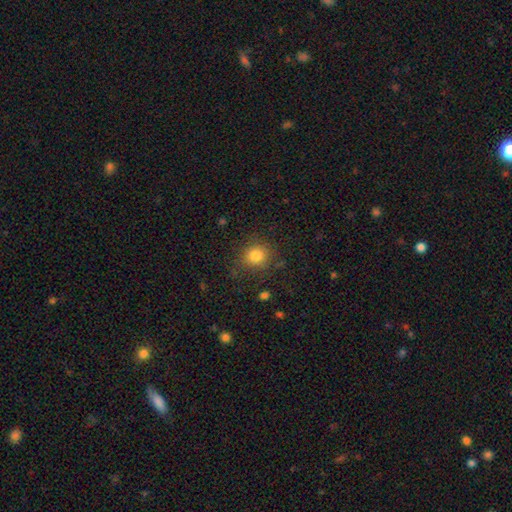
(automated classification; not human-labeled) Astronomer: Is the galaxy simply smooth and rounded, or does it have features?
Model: smooth — 82%.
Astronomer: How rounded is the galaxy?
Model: round — 85%.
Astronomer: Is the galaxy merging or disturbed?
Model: none — 80%.